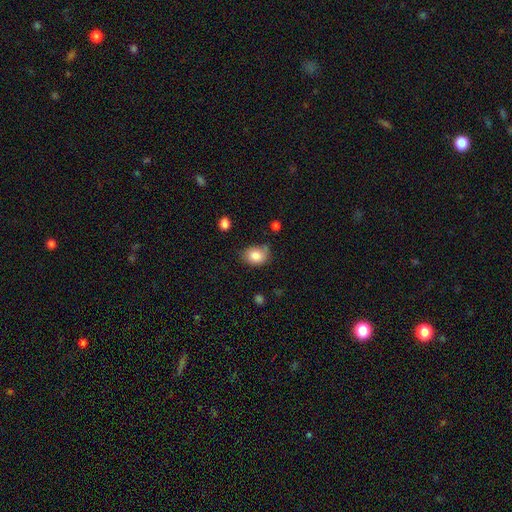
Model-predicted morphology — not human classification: A smooth galaxy with no disk features (84%) that is in between round and cigar-shaped (59%). Merging: none (61%).